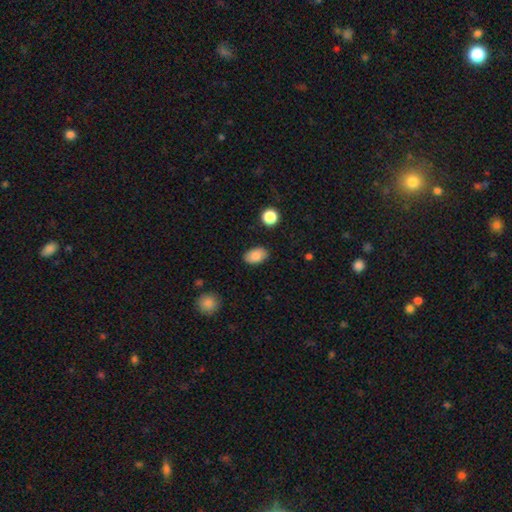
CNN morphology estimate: This is clearly a smooth galaxy (86%). How rounded: clearly in between (89%). Merging: clearly none (86%).